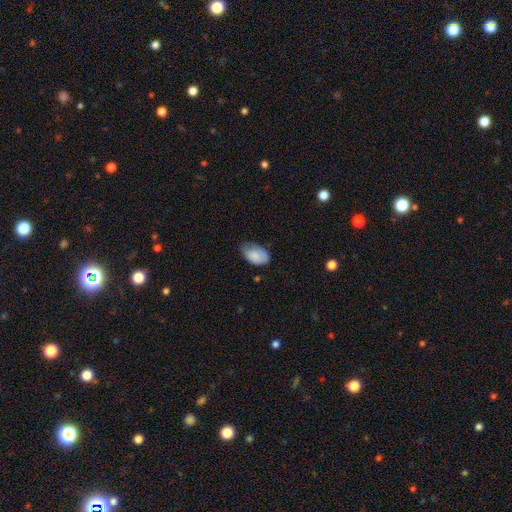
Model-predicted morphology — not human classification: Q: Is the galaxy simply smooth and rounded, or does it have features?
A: smooth — 87%.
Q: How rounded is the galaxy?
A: in between — 90%.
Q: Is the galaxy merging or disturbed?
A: none — 54%.